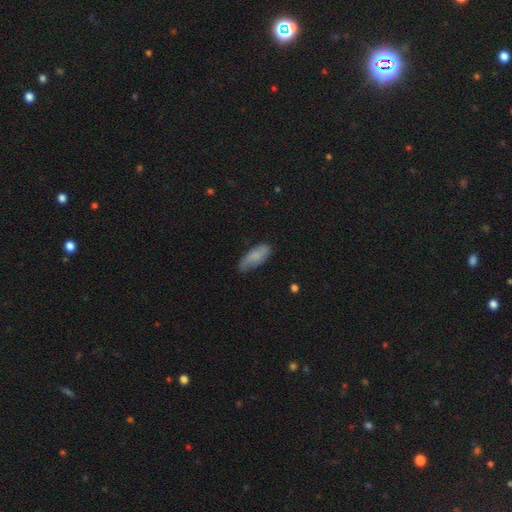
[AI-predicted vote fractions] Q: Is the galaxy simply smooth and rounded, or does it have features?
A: smooth — 73%.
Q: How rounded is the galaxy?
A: in between — 76%.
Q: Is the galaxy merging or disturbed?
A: none — 68%.